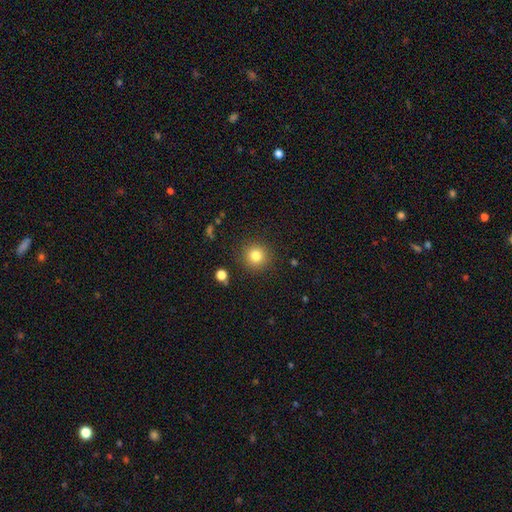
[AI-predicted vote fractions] The model was most divided on "smooth or featured": smooth: 81%, star or artifact: 12%, featured or disk: 7%. More confident: how rounded — round (94%); merging — none (90%).